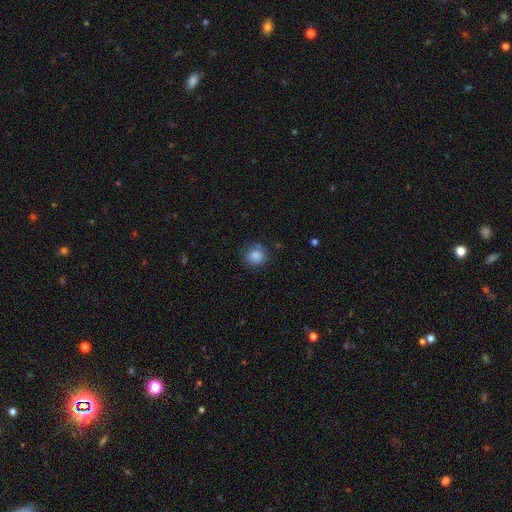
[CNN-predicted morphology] smooth-or-featured: smooth: 85% | star or artifact: 9% | featured or disk: 5%
  how-rounded: round: 83% | in between: 16% | cigar-shaped: 1%
  merging: none: 73% | minor disturbance: 18% | major disturbance: 5% | merger: 3%